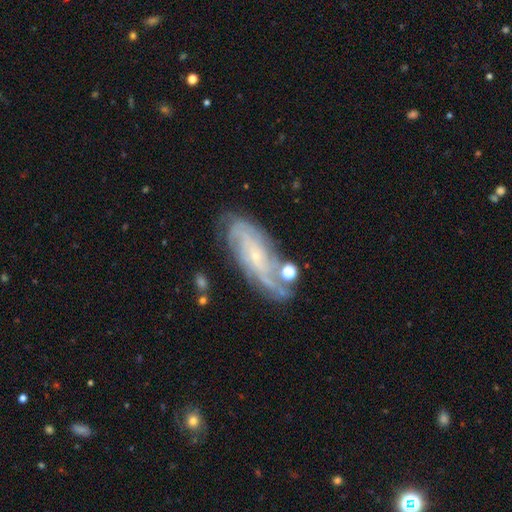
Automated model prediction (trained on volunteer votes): Overall: featured or disk (81%). Edge-on disk: no (91%). Bar: no (65%; weak 26%). Spiral arms: yes (94%). Spiral arm count: can't tell (35%; 2 24%). Spiral winding: tight (57%; medium 32%). Bulge size: small (83%). Merging: none (66%).